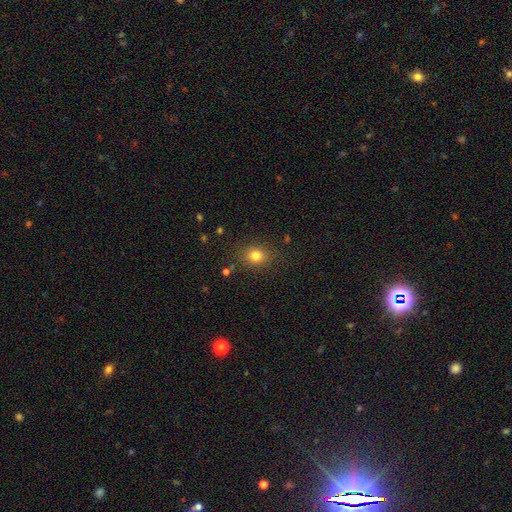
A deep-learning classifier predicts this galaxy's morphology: A smooth galaxy with no disk features (80%) that is round (64%).

Vote fractions:
- Smooth or featured? smooth: 80% / star or artifact: 13% / featured or disk: 7%
- How rounded? round: 64% / in between: 35% / cigar-shaped: 1%
- Merging? none: 85% / minor disturbance: 10% / major disturbance: 3% / merger: 2%